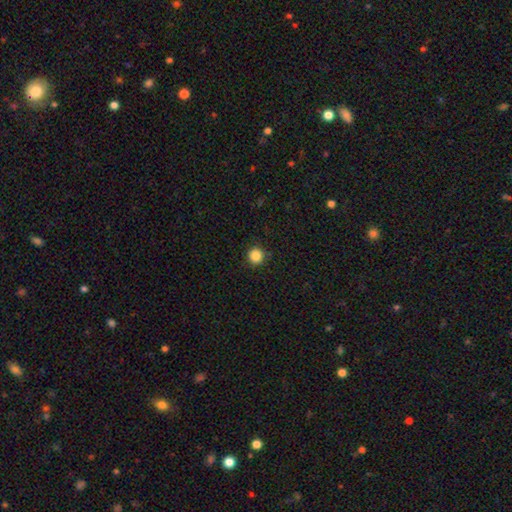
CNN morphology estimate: smooth_or_featured: smooth (p=0.86) [alt: star or artifact p=0.11]
how_rounded: round (p=0.94) [alt: in between p=0.05]
merging: none (p=0.91) [alt: minor disturbance p=0.06]